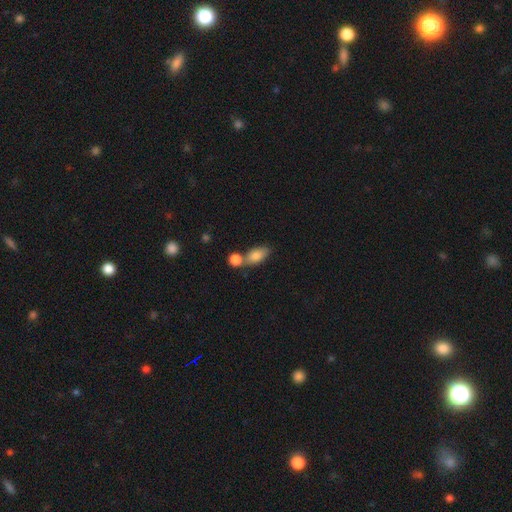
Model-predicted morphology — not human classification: Overall: smooth (82%). How rounded: in between (83%). Merging: merger (44%; none 41%).